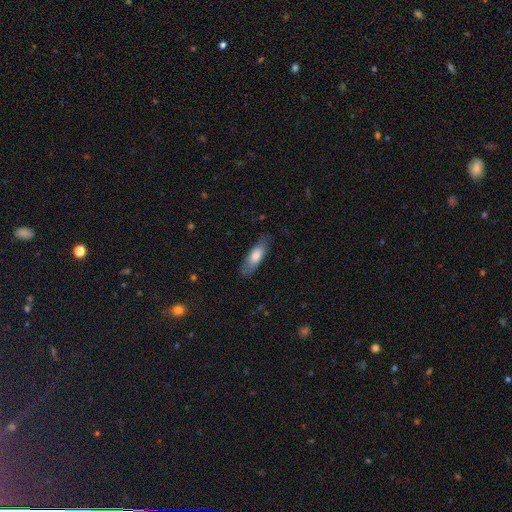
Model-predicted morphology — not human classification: This appears to be a smooth galaxy with no disk features (73%) that is in between round and cigar-shaped (54%). Merging: none (79%).